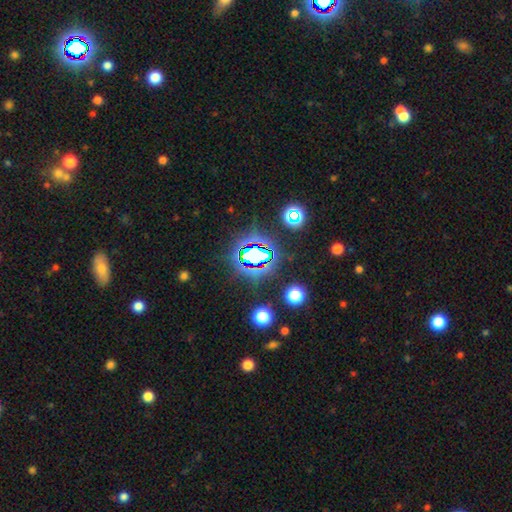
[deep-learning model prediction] This is likely a star or artifact rather than a galaxy (70%).